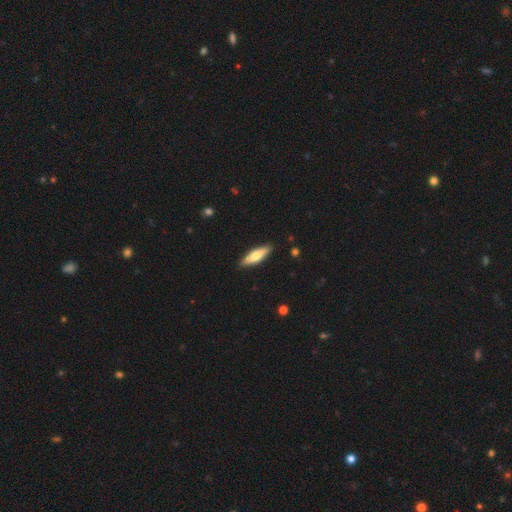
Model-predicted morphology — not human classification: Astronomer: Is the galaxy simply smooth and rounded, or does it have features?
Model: smooth — 63%.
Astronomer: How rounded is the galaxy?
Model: cigar-shaped — 64%.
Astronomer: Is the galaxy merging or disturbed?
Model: none — 89%.